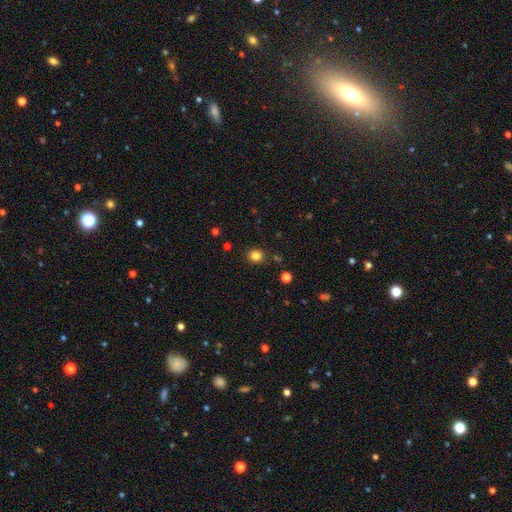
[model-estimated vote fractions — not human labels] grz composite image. It shows a smooth galaxy with no disk features (82%) that is round (87%). Merging: none (88%).